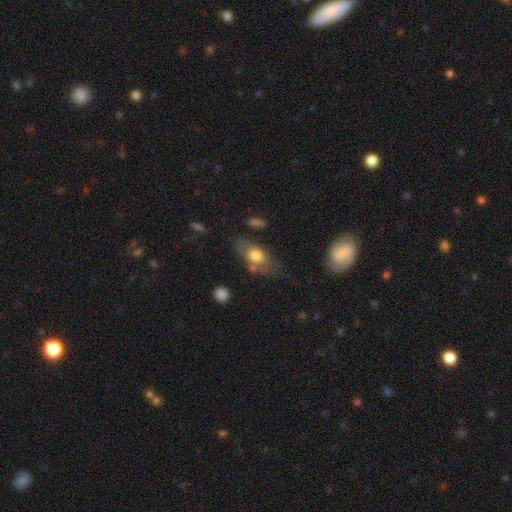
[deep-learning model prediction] Smooth or featured? smooth (65%)
How rounded? in between (82%)
Merging? none (55%)